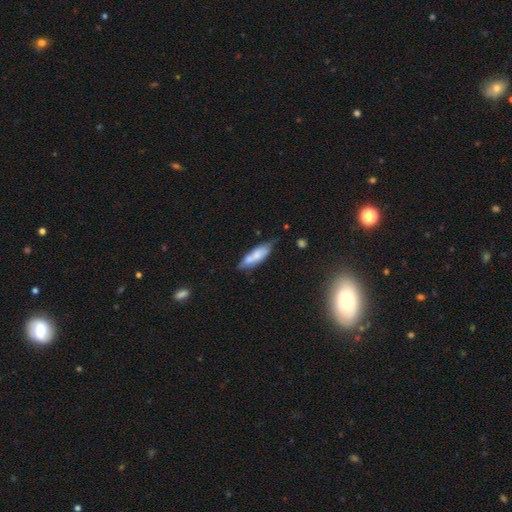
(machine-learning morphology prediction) Smooth or featured? smooth (63%)
How rounded? in between (55%)
Merging? none (48%)